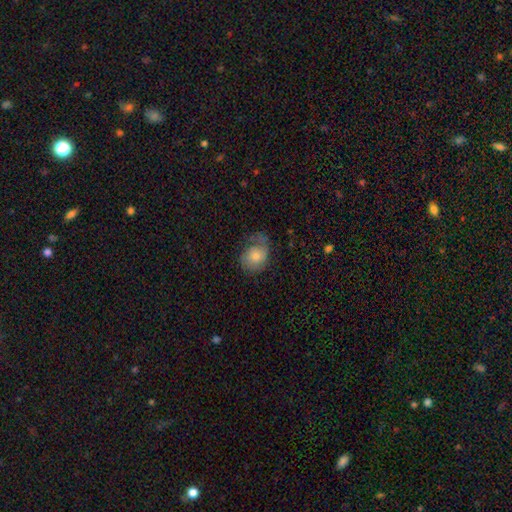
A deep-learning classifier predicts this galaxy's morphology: This is possibly a featured or disk galaxy (49%). Merging: possibly none (48%).